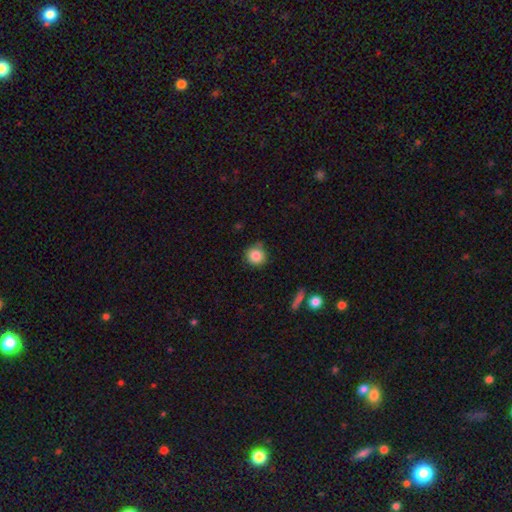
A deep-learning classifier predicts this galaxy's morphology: Overall: smooth (84%). How rounded: round (92%). Merging: none (82%).